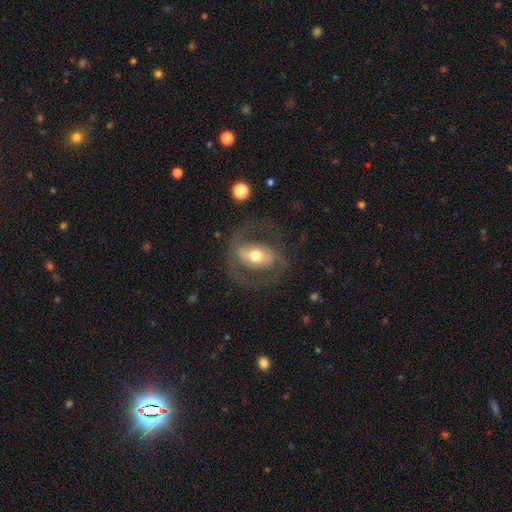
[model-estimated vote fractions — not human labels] This appears to be a featured or disk galaxy (70%) with a strong bar (35%), spiral arms (61%) and a moderate central bulge (70%). Merging: none (66%).